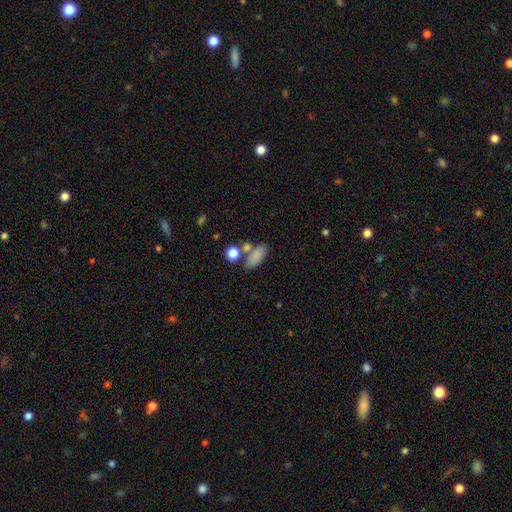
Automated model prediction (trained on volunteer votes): smooth-or-featured: smooth: 81% | featured or disk: 10% | star or artifact: 9%
  how-rounded: in between: 81% | cigar-shaped: 10% | round: 9%
  merging: none: 55% | merger: 23% | minor disturbance: 15% | major disturbance: 7%